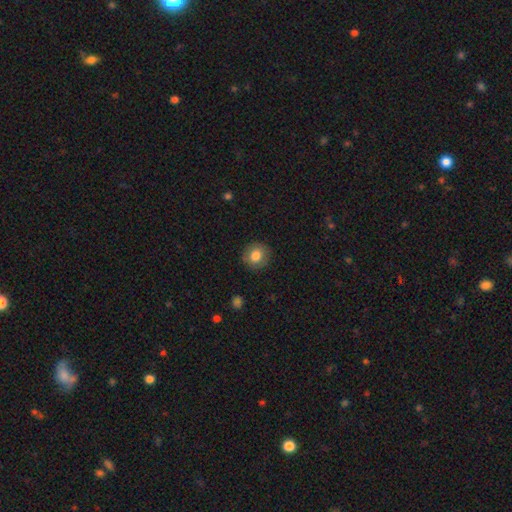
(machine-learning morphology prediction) The model was most divided on "smooth or featured": smooth: 81%, featured or disk: 10%, star or artifact: 9%. More confident: merging — none (88%); how rounded — round (85%).